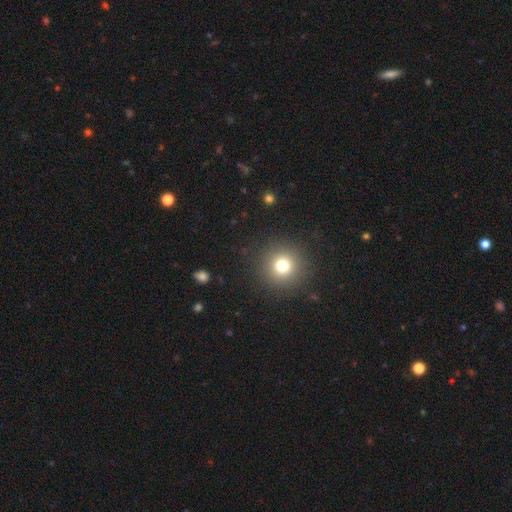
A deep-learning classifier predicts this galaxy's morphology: Smooth or featured: smooth — 69% (star or artifact — 24%)
How rounded: round — 96% (in between — 3%)
Merging: none — 93% (minor disturbance — 4%)